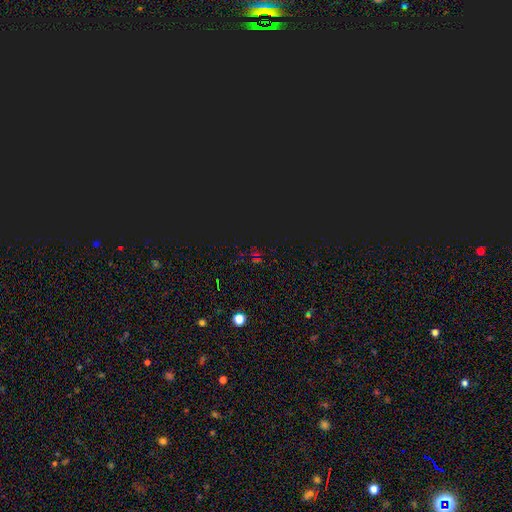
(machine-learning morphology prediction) Smooth or featured?
  - star or artifact: 73% *
  - smooth: 19%
  - featured or disk: 7%